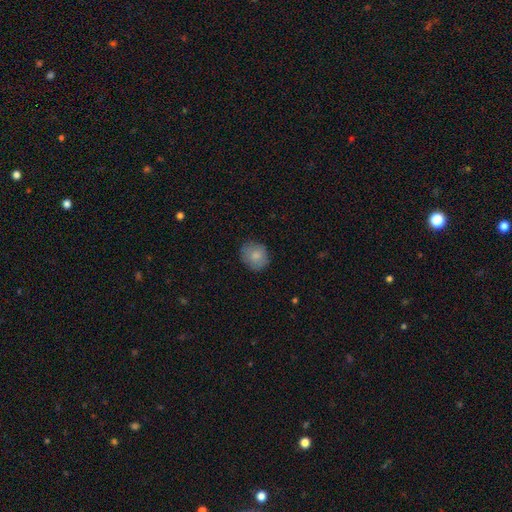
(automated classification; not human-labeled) Smooth or featured?
  - smooth: 83% *
  - featured or disk: 9%
  - star or artifact: 8%
How rounded?
  - round: 74% *
  - in between: 25%
  - cigar-shaped: 1%
Merging?
  - none: 78% *
  - minor disturbance: 17%
  - major disturbance: 4%
  - merger: 1%